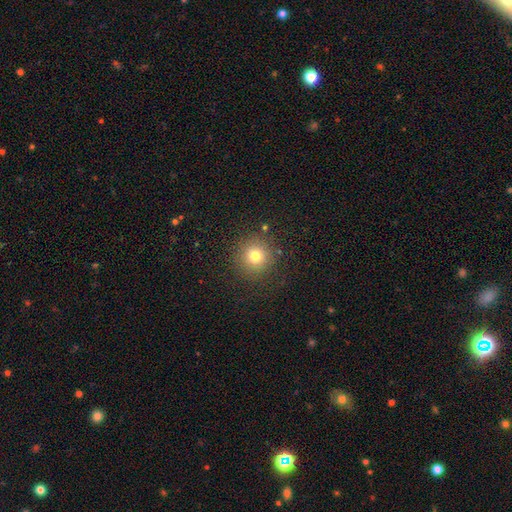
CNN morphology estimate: Smooth or featured? smooth (76%)
How rounded? round (93%)
Merging? none (86%)